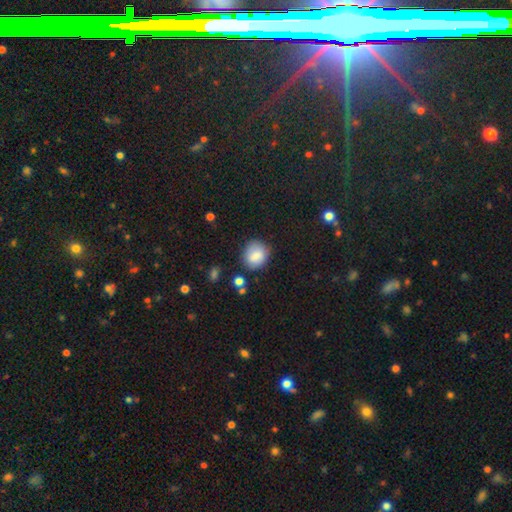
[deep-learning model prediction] Smooth or featured? Predicted: smooth (p=0.82). How rounded? Predicted: round (p=0.67). Merging? Predicted: none (p=0.74).